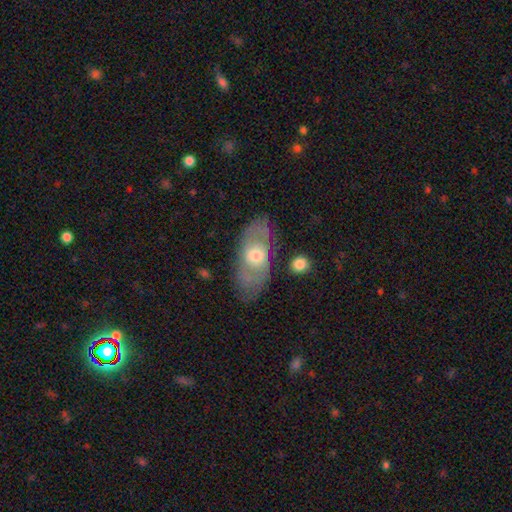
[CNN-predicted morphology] type=featured or disk (56%); edge-on=no (86%); merging=none (70%).